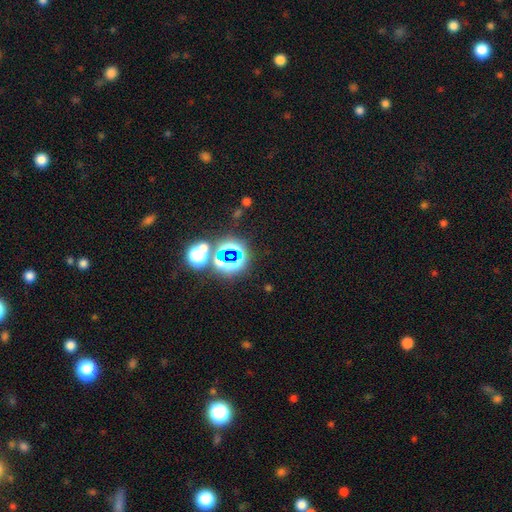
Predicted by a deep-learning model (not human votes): smooth_or_featured: star or artifact (p=0.73) [alt: smooth p=0.16]